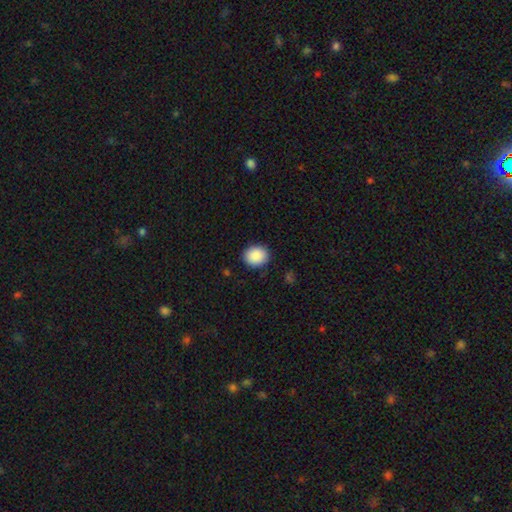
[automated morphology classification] The model was most divided on "how rounded": round: 73%, in between: 27%, cigar-shaped: 1%. More confident: smooth or featured — smooth (90%); merging — none (89%).